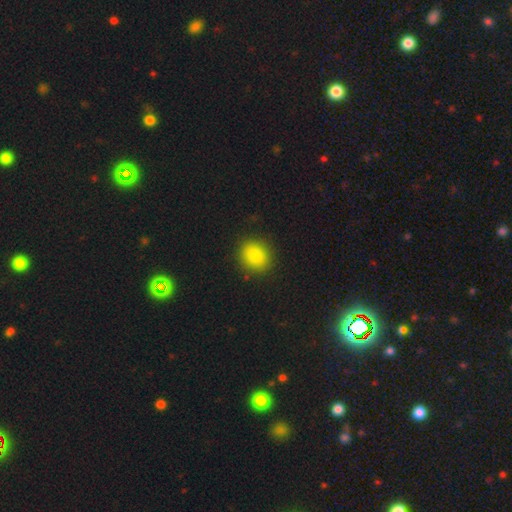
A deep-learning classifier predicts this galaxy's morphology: The model was most divided on "how rounded": round: 63%, in between: 36%, cigar-shaped: 1%. More confident: merging — none (87%); smooth or featured — smooth (87%).